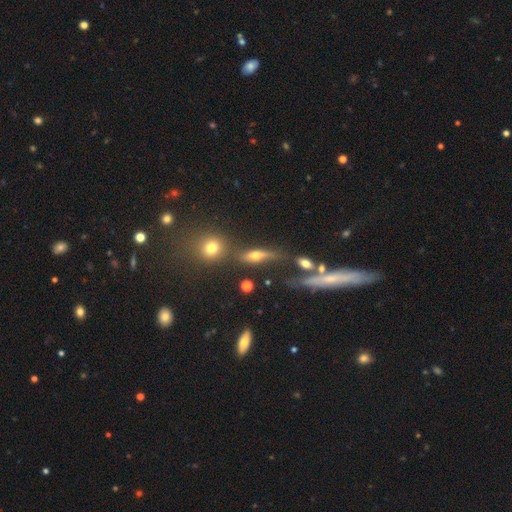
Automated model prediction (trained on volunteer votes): This appears to be a smooth galaxy with no disk features (45%). Merging: none (55%).